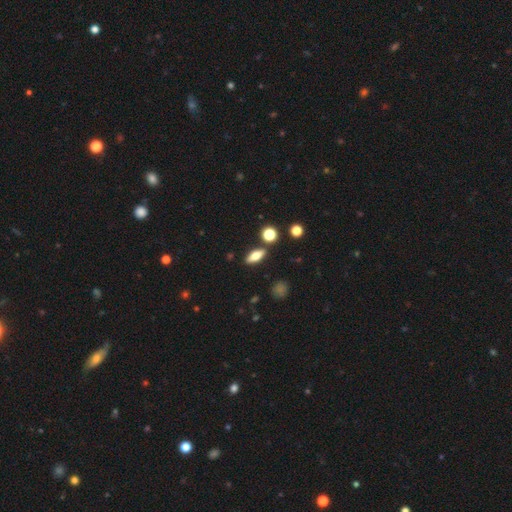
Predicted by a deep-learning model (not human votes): smooth-or-featured: smooth: 57% | featured or disk: 34% | star or artifact: 9%
  how-rounded: in between: 64% | cigar-shaped: 29% | round: 7%
  merging: none: 84% | minor disturbance: 9% | merger: 5% | major disturbance: 2%